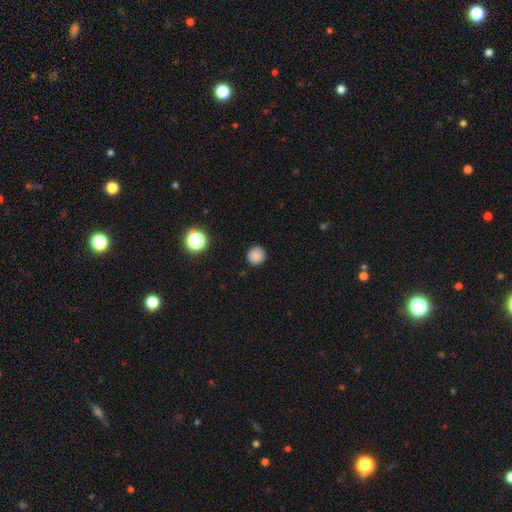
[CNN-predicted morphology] Smooth or featured? smooth (84%)
How rounded? round (94%)
Merging? none (91%)